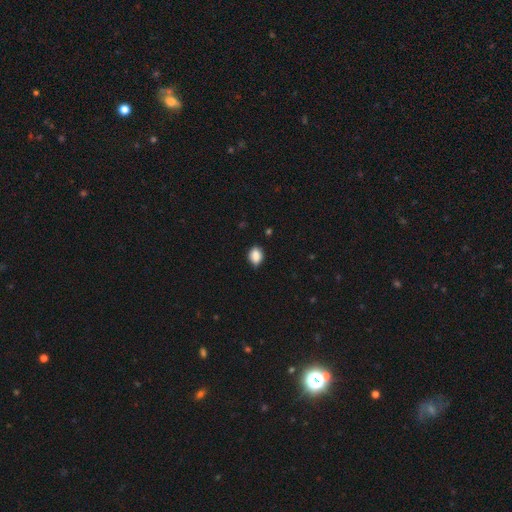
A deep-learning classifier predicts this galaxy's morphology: A smooth galaxy with no disk features (87%) that is in between round and cigar-shaped (71%). Merging: none (78%).